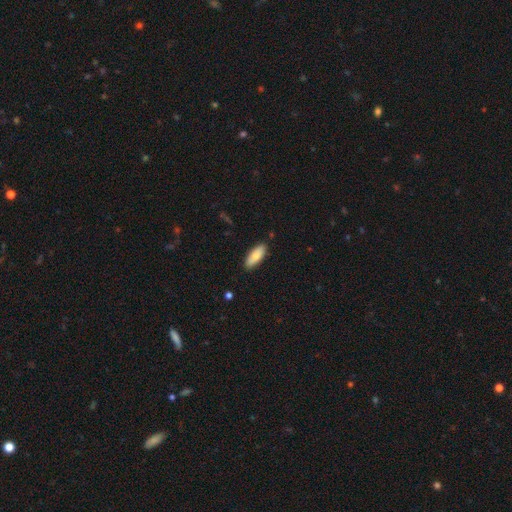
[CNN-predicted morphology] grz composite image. It shows a smooth galaxy with no disk features (82%) that is in between round and cigar-shaped (71%). Merging: none (87%).